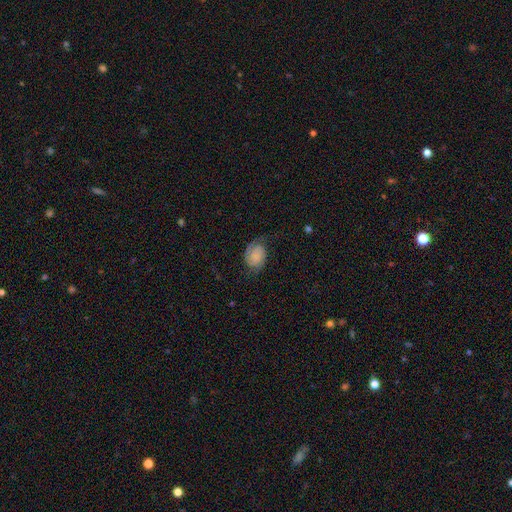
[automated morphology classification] featured or disk 62%, smooth 29%, star or artifact 9%. Down the decision tree: edge-on disk — no (97%); bar — no (71%); spiral arms — yes (94%); spiral arm count — 2 (87%); spiral winding — medium (42%); bulge size — none (51%); merging — none (67%).